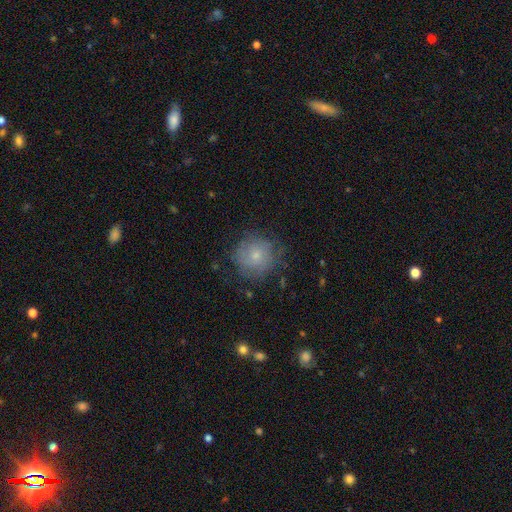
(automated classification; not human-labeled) Q: Smooth or featured?
A: smooth (64%); runner-up: featured or disk (26%)
Q: How rounded?
A: round (91%); runner-up: in between (8%)
Q: Merging?
A: none (70%); runner-up: minor disturbance (20%)